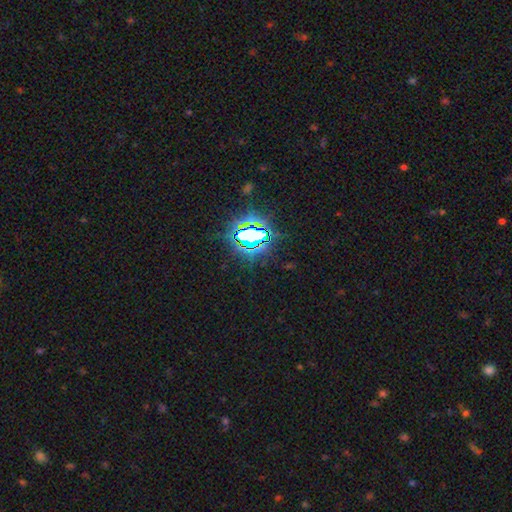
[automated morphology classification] type=star or artifact (83%).